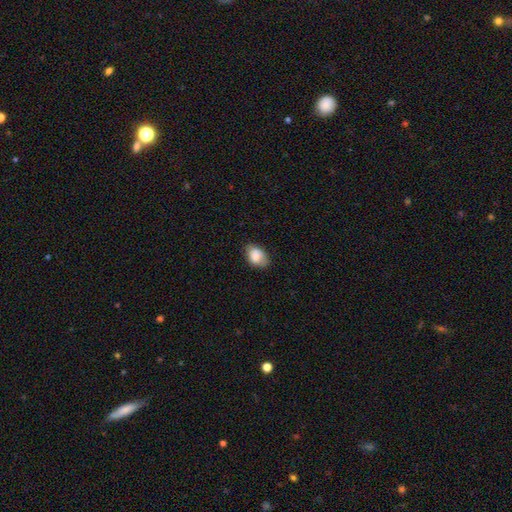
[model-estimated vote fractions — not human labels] Overall: smooth (79%). How rounded: in between (84%). Merging: none (68%).